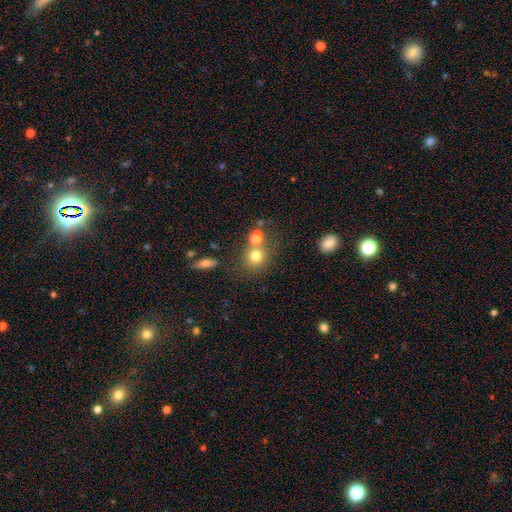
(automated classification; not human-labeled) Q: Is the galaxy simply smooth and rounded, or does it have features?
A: smooth — 74%.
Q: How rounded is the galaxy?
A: round — 81%.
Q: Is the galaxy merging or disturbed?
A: none — 55%.